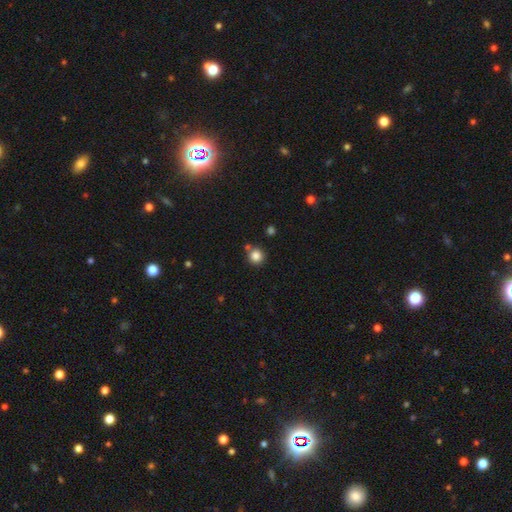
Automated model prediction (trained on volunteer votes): smooth_or_featured: smooth (p=0.85) [alt: star or artifact p=0.11]
how_rounded: round (p=0.92) [alt: in between p=0.07]
merging: none (p=0.76) [alt: merger p=0.12]